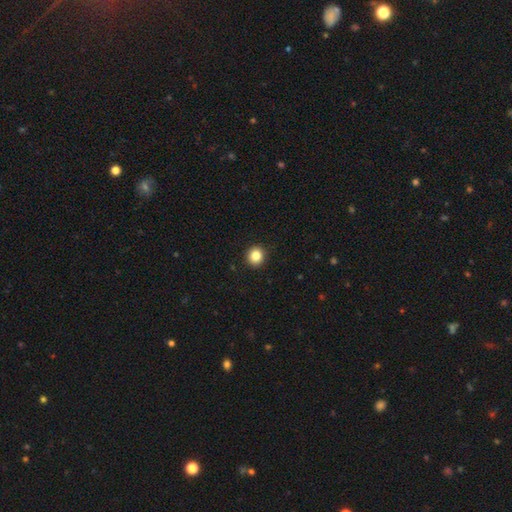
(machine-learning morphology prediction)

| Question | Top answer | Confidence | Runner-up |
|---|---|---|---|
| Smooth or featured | smooth | 85% | star or artifact (10%) |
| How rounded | round | 87% | in between (12%) |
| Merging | none | 92% | minor disturbance (5%) |